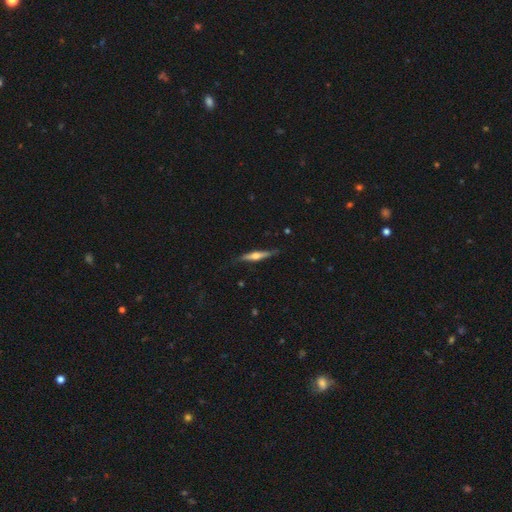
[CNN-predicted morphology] Smooth or featured: featured or disk — 63% (smooth — 31%)
Edge-on disk: yes — 96% (no — 4%)
Edge-on bulge: rounded — 89% (boxy — 6%)
Merging: none — 81% (minor disturbance — 15%)